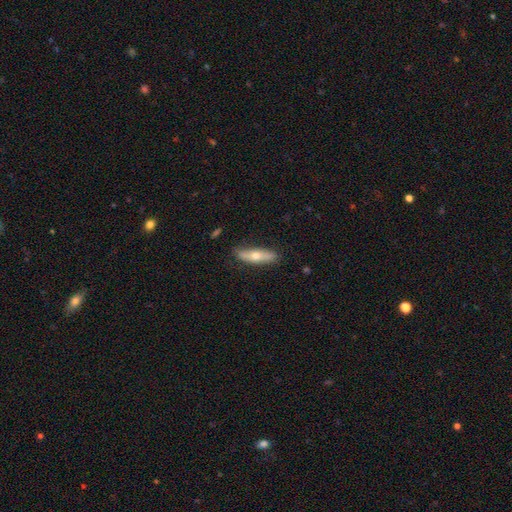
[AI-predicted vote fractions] smooth-or-featured: smooth: 56% | featured or disk: 38% | star or artifact: 6%
  how-rounded: cigar-shaped: 63% | in between: 35% | round: 2%
  merging: none: 83% | minor disturbance: 13% | major disturbance: 2% | merger: 1%